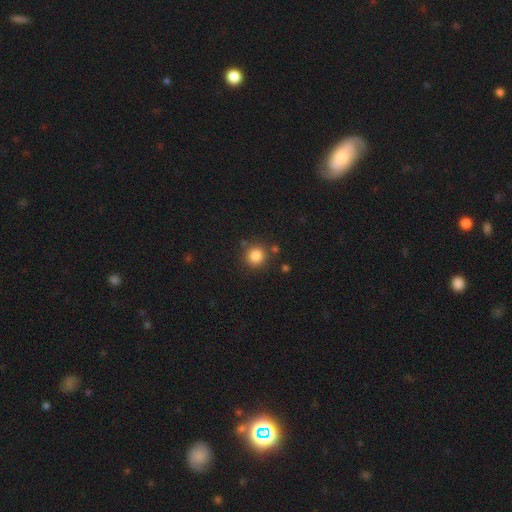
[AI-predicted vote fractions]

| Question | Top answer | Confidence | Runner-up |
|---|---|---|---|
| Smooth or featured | smooth | 84% | star or artifact (11%) |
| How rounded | round | 92% | in between (7%) |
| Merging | none | 84% | minor disturbance (8%) |